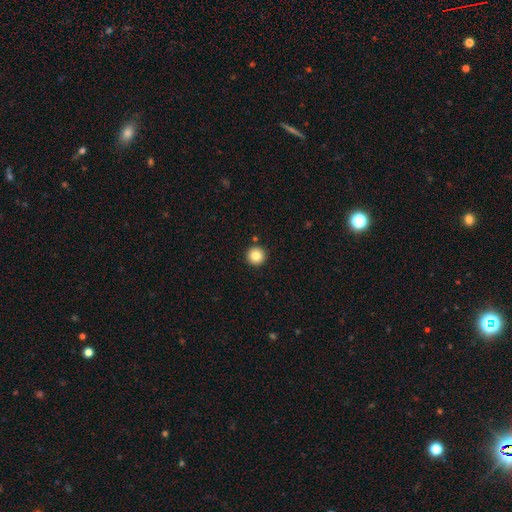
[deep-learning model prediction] Smooth or featured?
  - smooth: 83% *
  - star or artifact: 10%
  - featured or disk: 6%
How rounded?
  - round: 96% *
  - in between: 3%
  - cigar-shaped: 1%
Merging?
  - none: 92% *
  - minor disturbance: 5%
  - merger: 2%
  - major disturbance: 2%